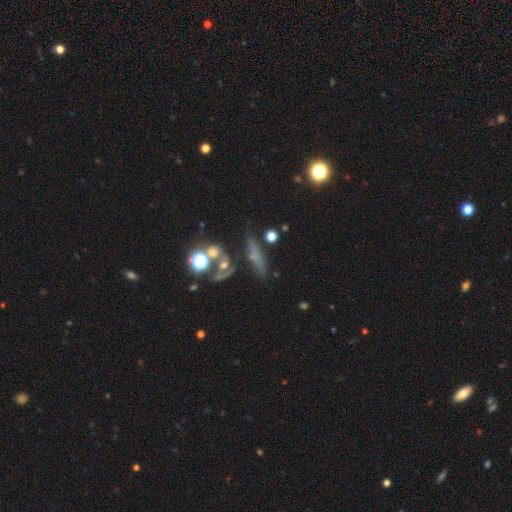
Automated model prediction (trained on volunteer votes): Overall: smooth (47%; featured or disk 33%). Merging: none (59%).